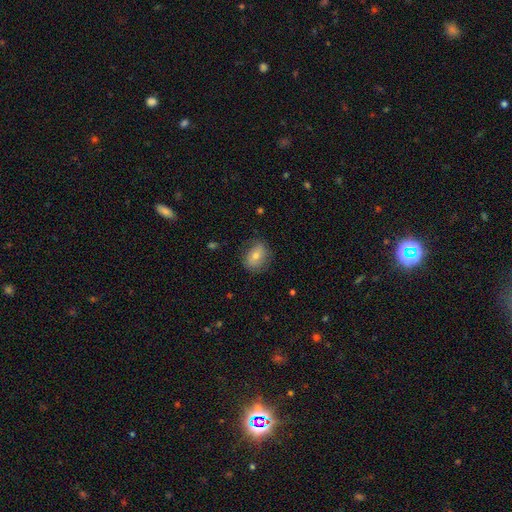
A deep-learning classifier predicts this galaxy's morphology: smooth-or-featured: smooth: 58% | featured or disk: 31% | star or artifact: 11%
  how-rounded: in between: 59% | round: 40% | cigar-shaped: 2%
  merging: none: 76% | minor disturbance: 17% | major disturbance: 5% | merger: 1%